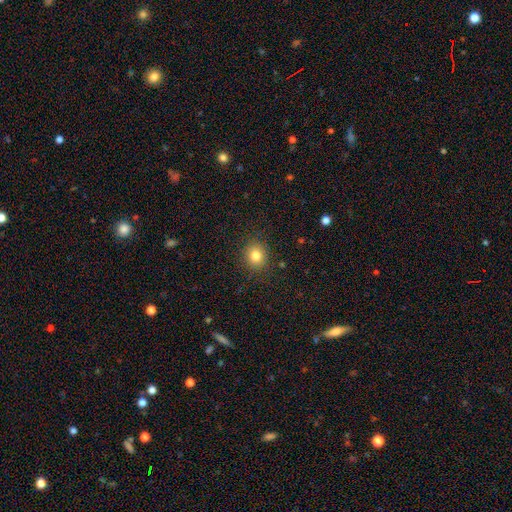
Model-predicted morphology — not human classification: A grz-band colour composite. It shows a smooth galaxy with no disk features (82%) that is round (79%). Merging: none (88%).